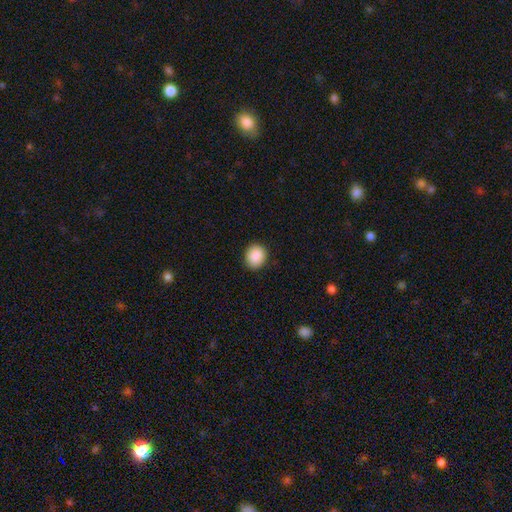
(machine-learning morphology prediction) Smooth or featured? Predicted: smooth (p=0.89). How rounded? Predicted: round (p=0.67). Merging? Predicted: none (p=0.88).